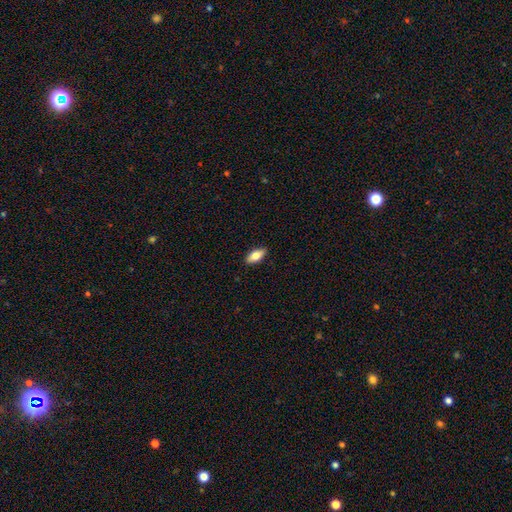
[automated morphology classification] Smooth or featured: smooth — 72% (featured or disk — 21%)
How rounded: in between — 84% (cigar-shaped — 13%)
Merging: none — 88% (minor disturbance — 9%)